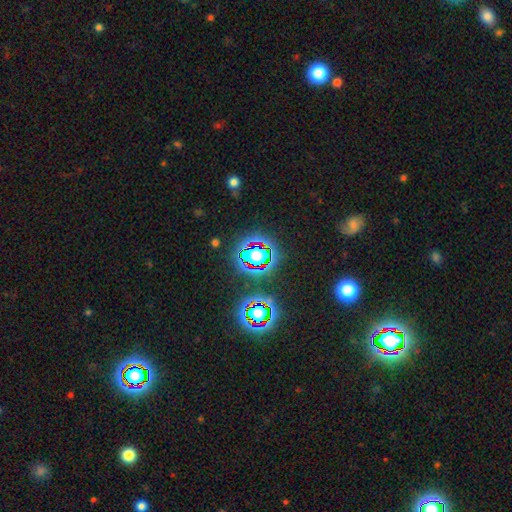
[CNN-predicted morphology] Overall: star or artifact (59%; smooth 26%).